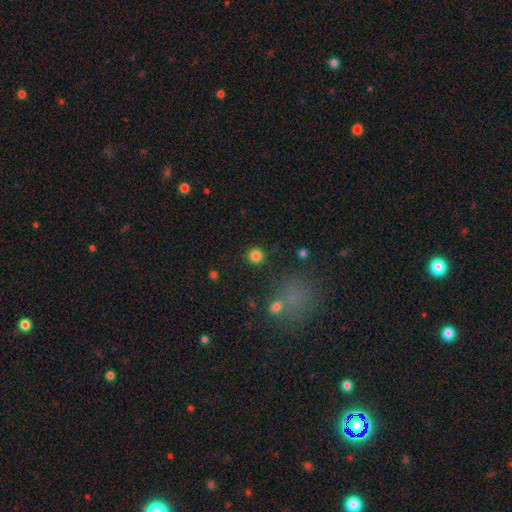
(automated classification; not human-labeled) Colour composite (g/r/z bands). It shows a smooth galaxy with no disk features (84%) that is round (95%). Merging: none (90%).